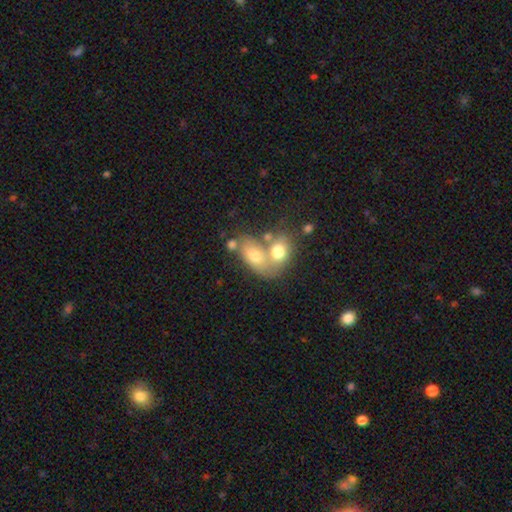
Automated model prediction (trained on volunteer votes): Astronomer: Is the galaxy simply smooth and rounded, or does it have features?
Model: smooth — 66%.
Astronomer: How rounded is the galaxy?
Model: in between — 75%.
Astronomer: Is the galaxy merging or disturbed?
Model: merger — 63%.